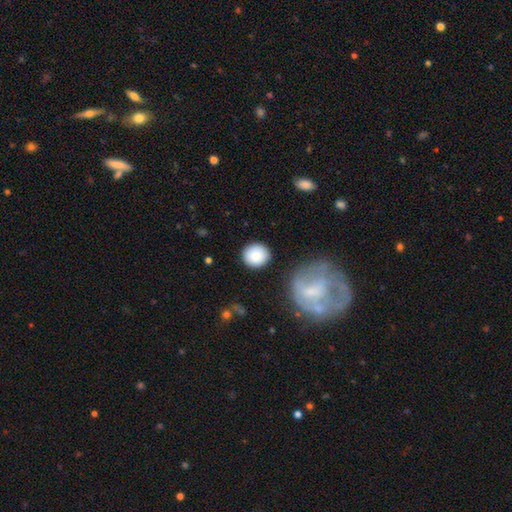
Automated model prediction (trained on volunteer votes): This is clearly a smooth galaxy (87%). How rounded: clearly round (89%). Merging: clearly none (87%).